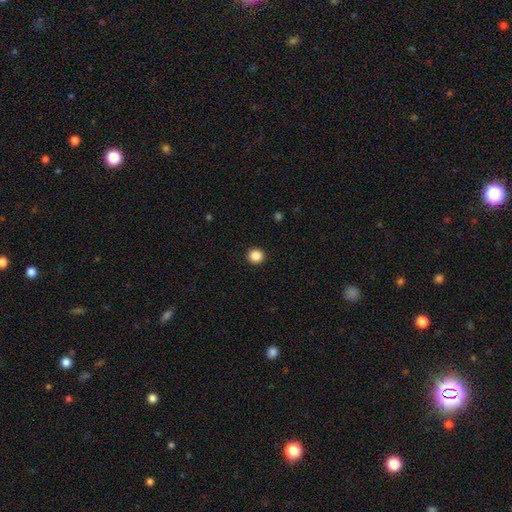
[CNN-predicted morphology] This is clearly a smooth galaxy (87%). How rounded: clearly round (92%). Merging: clearly none (93%).